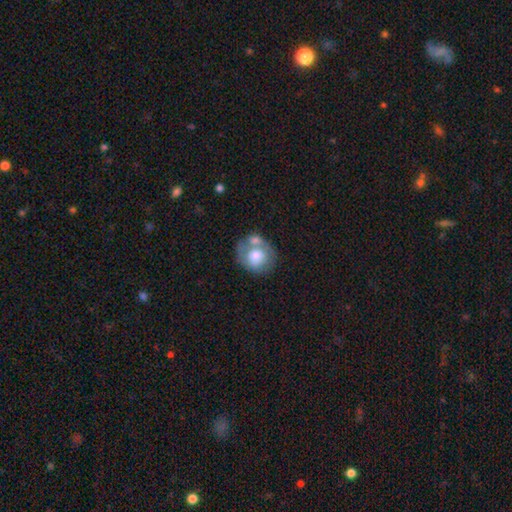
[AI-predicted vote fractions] Overall: smooth (63%; featured or disk 30%). How rounded: round (69%; in between 30%). Merging: none (38%, tied with merger).